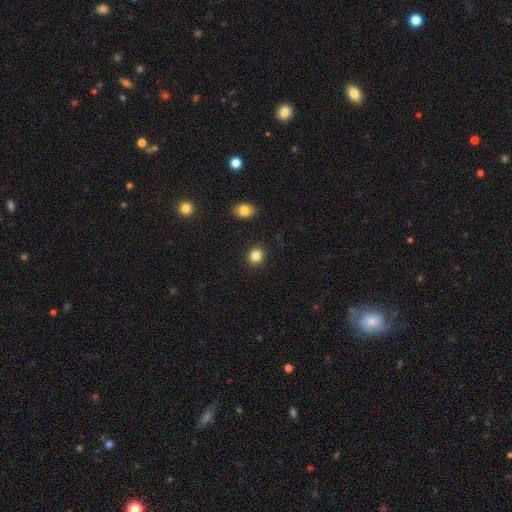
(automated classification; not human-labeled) smooth 84%, star or artifact 10%, featured or disk 5%. Down the decision tree: how rounded — round (77%); merging — none (90%).